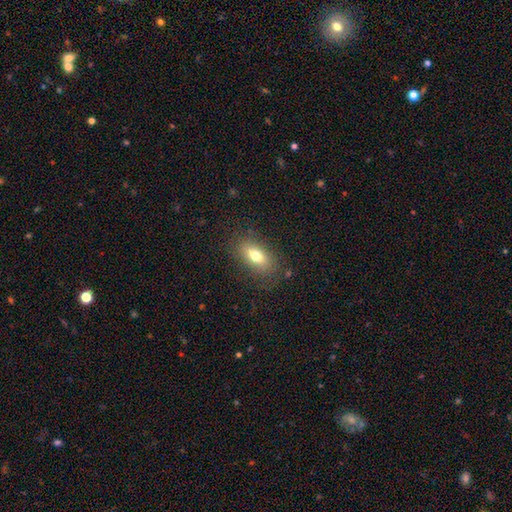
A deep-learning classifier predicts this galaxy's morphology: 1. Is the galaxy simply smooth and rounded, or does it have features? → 71% smooth, 20% featured or disk, 9% star or artifact.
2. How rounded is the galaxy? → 84% in between, 9% cigar-shaped, 7% round.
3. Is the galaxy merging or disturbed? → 80% none, 13% minor disturbance, 5% major disturbance, 1% merger.